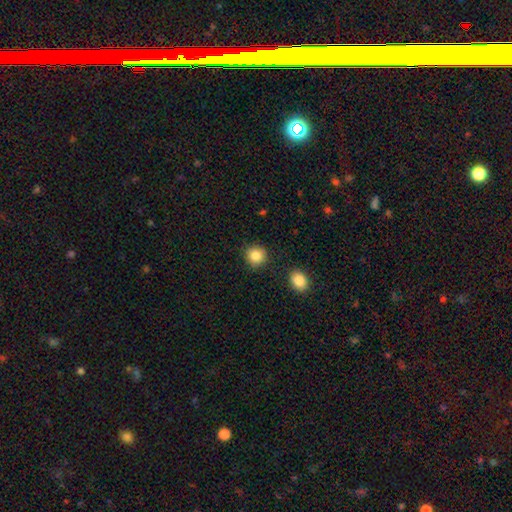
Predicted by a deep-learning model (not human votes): Smooth or featured?
  - smooth: 86% *
  - star or artifact: 9%
  - featured or disk: 5%
How rounded?
  - round: 91% *
  - in between: 8%
  - cigar-shaped: 1%
Merging?
  - none: 87% *
  - minor disturbance: 8%
  - merger: 3%
  - major disturbance: 2%